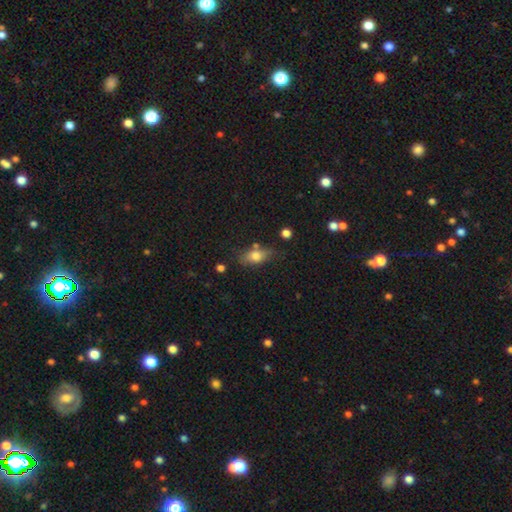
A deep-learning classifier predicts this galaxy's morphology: type=smooth (75%); roundness=in between (79%); merging=none (64%).